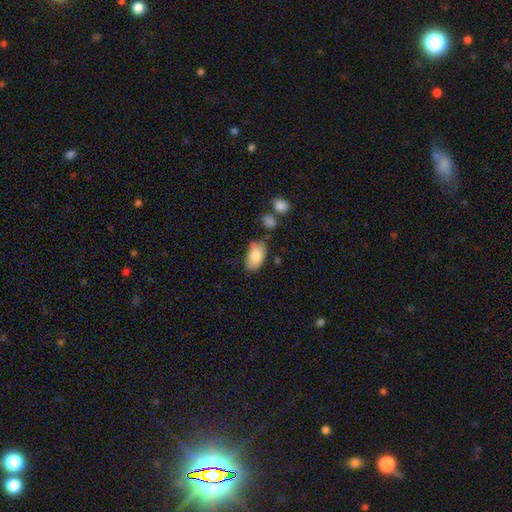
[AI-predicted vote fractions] This is clearly a smooth galaxy (81%). How rounded: clearly in between (93%). Merging: likely none (70%).